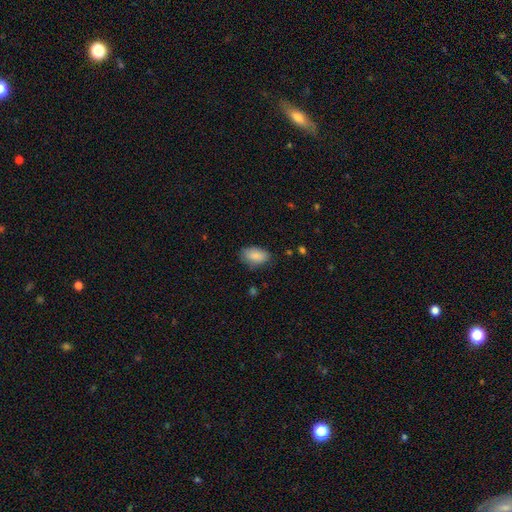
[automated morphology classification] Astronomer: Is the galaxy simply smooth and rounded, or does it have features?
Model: smooth — 88%.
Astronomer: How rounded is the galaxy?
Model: in between — 92%.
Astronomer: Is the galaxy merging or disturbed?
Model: none — 75%.